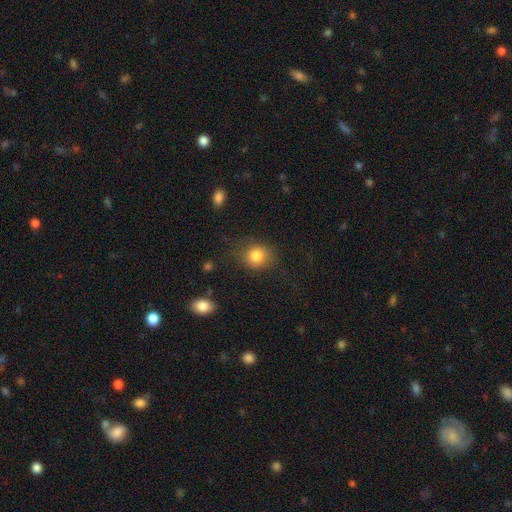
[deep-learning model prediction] smooth_or_featured: smooth (p=0.82) [alt: star or artifact p=0.11]
how_rounded: round (p=0.74) [alt: in between p=0.25]
merging: none (p=0.72) [alt: minor disturbance p=0.17]